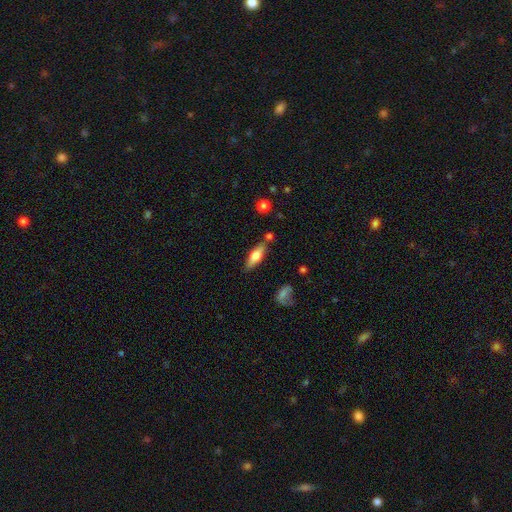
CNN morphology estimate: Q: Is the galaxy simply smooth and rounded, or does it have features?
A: smooth — 61%.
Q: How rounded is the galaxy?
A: in between — 51%.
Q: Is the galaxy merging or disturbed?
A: none — 76%.